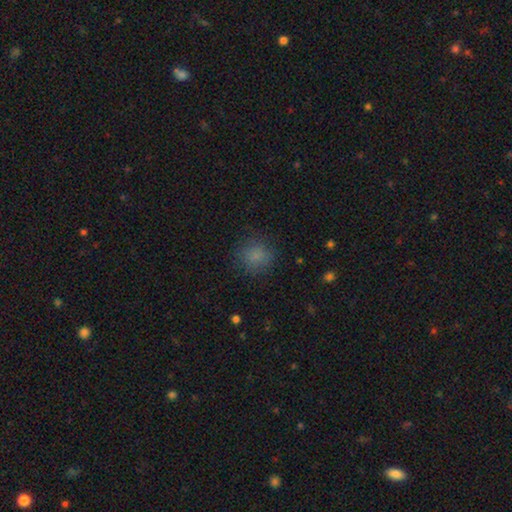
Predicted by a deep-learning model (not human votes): This appears to be a smooth galaxy with no disk features (81%) that is round (86%). Merging: none (83%).